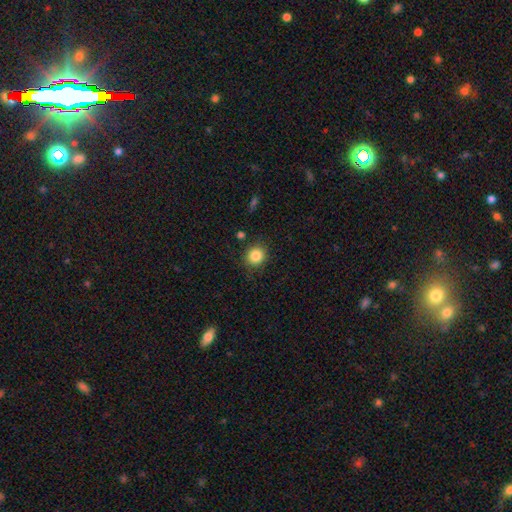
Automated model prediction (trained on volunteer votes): Q: Smooth or featured?
A: smooth (84%); runner-up: star or artifact (11%)
Q: How rounded?
A: round (87%); runner-up: in between (12%)
Q: Merging?
A: none (86%); runner-up: minor disturbance (9%)